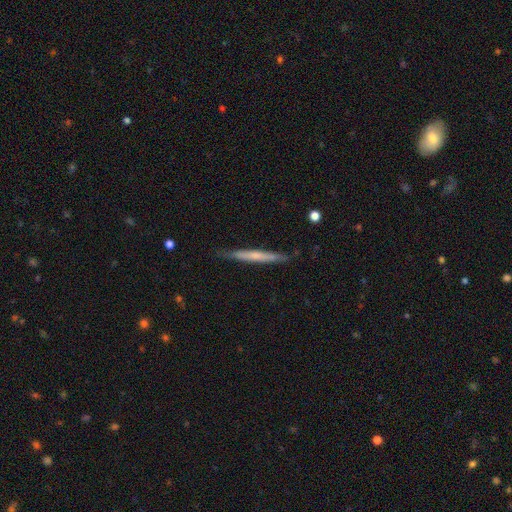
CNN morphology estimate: The model was most divided on "smooth or featured": smooth: 48%, featured or disk: 47%, star or artifact: 6%. More confident: merging — none (85%).